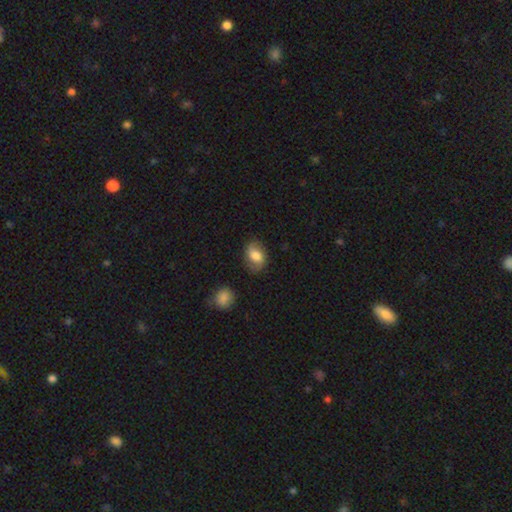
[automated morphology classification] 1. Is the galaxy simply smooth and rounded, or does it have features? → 68% smooth, 24% featured or disk, 8% star or artifact.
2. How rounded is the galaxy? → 74% in between, 24% round, 2% cigar-shaped.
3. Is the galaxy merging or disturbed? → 74% none, 19% minor disturbance, 5% major disturbance, 2% merger.